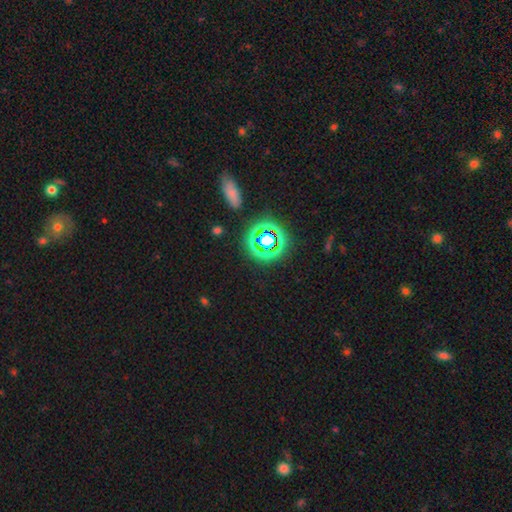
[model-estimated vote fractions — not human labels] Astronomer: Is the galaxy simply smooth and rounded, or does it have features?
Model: star or artifact — 49% (runner-up: smooth, 41%).